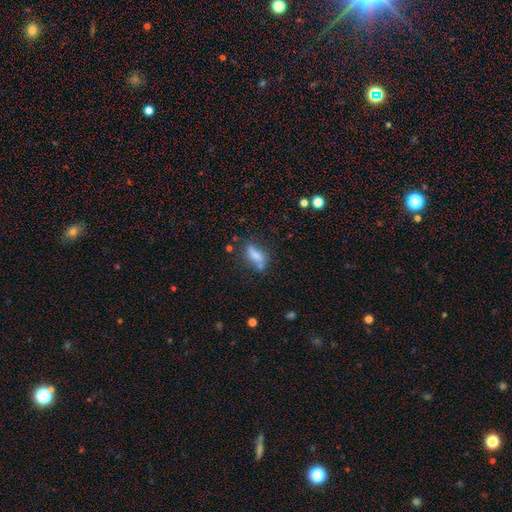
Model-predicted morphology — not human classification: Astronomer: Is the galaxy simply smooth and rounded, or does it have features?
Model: smooth — 70%.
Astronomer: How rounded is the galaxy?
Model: in between — 71%.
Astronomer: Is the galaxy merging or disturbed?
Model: none — 52%.